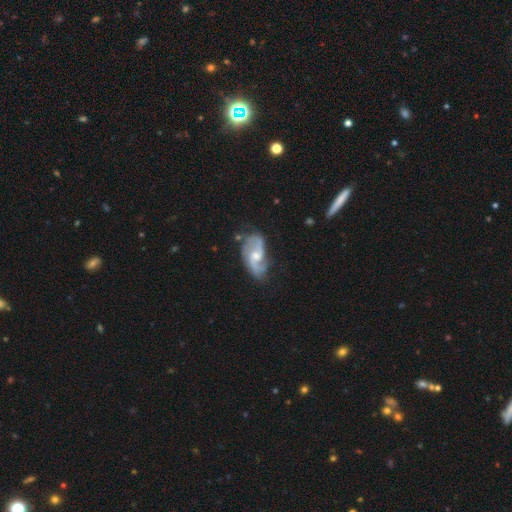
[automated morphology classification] Smooth or featured? featured or disk (83%)
Edge-on disk? no (96%)
Bar? no (46%, tied with weak)
Spiral arms? yes (94%)
Spiral winding? medium (45%)
Spiral arm count? 2 (83%)
Bulge size? moderate (59%)
Merging? none (62%)